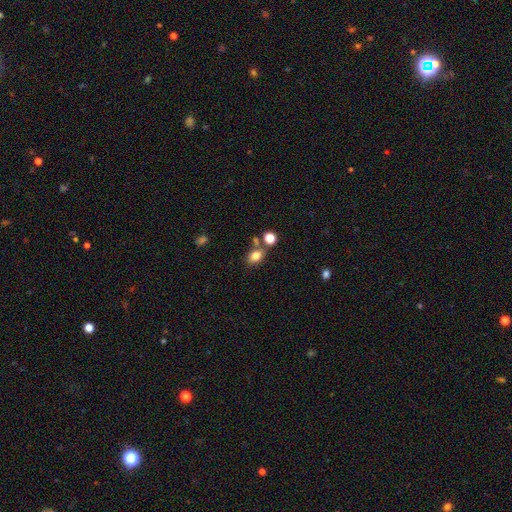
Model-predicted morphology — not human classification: A smooth galaxy with no disk features (79%) that is in between round and cigar-shaped (69%).

Vote fractions:
- Smooth or featured? smooth: 79% / star or artifact: 12% / featured or disk: 9%
- How rounded? in between: 69% / round: 29% / cigar-shaped: 2%
- Merging? none: 63% / merger: 19% / minor disturbance: 13% / major disturbance: 5%